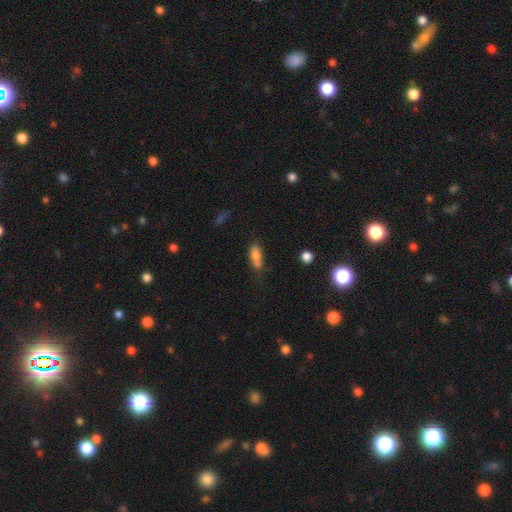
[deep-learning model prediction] This is likely a smooth galaxy (72%). How rounded: likely in between (74%). Merging: marginally none (41%).